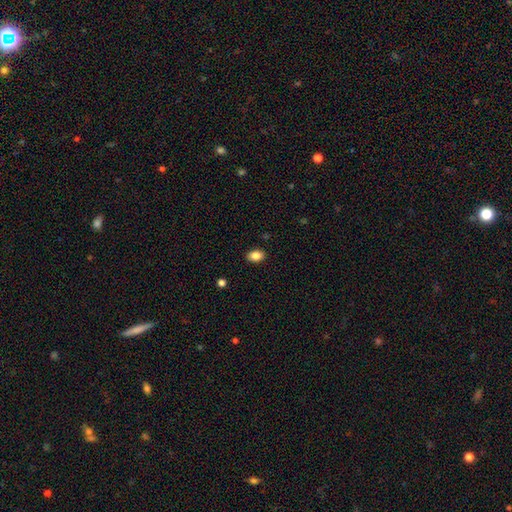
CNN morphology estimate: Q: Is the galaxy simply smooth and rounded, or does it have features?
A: smooth — 86%.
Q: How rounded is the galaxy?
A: in between — 81%.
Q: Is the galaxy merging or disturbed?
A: none — 89%.